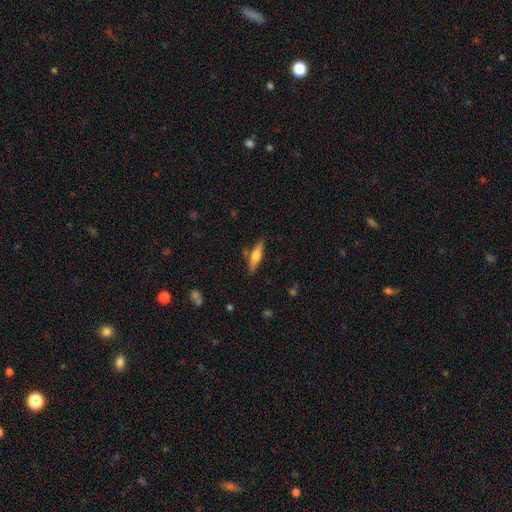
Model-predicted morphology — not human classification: Smooth or featured: smooth — 49% (featured or disk — 45%)
Merging: none — 81% (minor disturbance — 12%)